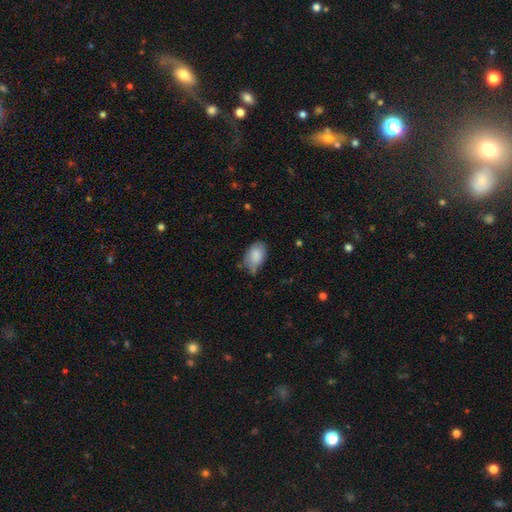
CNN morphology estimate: Smooth or featured? Predicted: smooth (p=0.84). How rounded? Predicted: in between (p=0.90). Merging? Predicted: none (p=0.53).